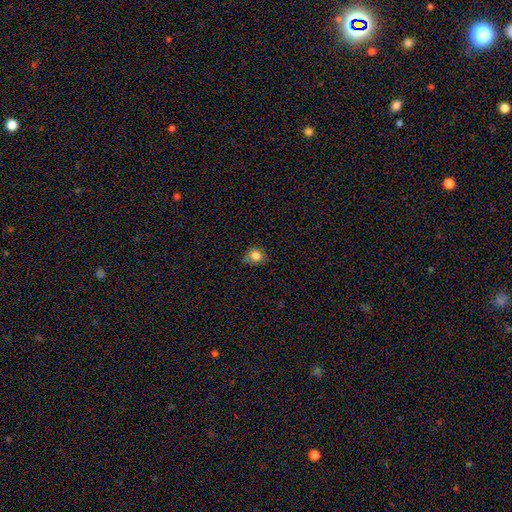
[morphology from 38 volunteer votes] type=smooth (89%); roundness=round (97%); merging=none (67%).